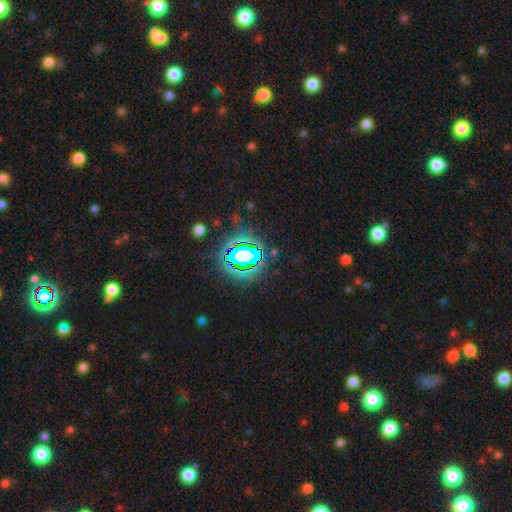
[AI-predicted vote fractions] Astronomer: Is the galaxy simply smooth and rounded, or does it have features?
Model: star or artifact — 77%.